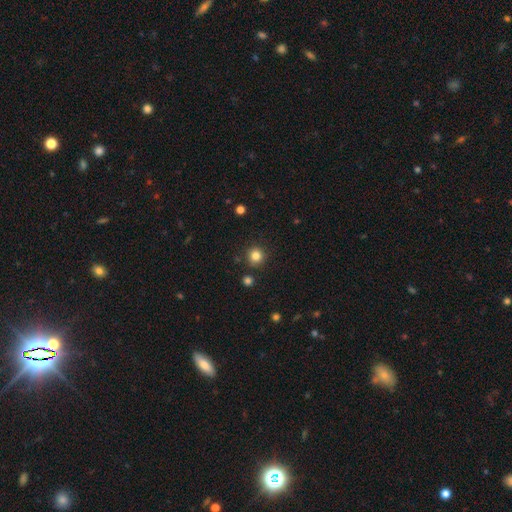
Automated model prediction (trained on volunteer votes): Q: Smooth or featured?
A: smooth (82%); runner-up: star or artifact (13%)
Q: How rounded?
A: round (93%); runner-up: in between (6%)
Q: Merging?
A: none (88%); runner-up: minor disturbance (7%)